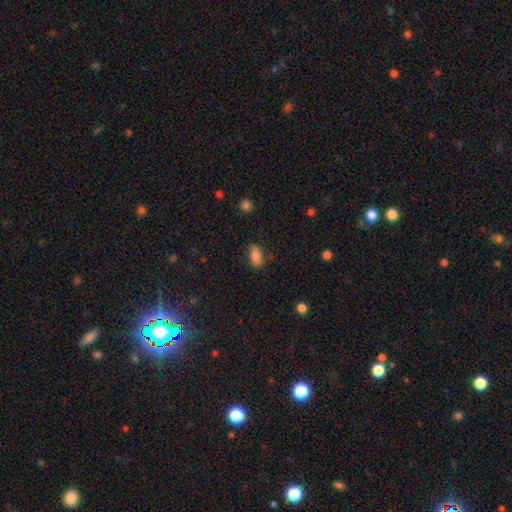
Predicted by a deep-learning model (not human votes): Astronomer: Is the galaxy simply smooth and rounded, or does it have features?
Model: smooth — 83%.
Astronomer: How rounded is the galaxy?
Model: in between — 90%.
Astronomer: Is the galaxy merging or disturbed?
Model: none — 74%.